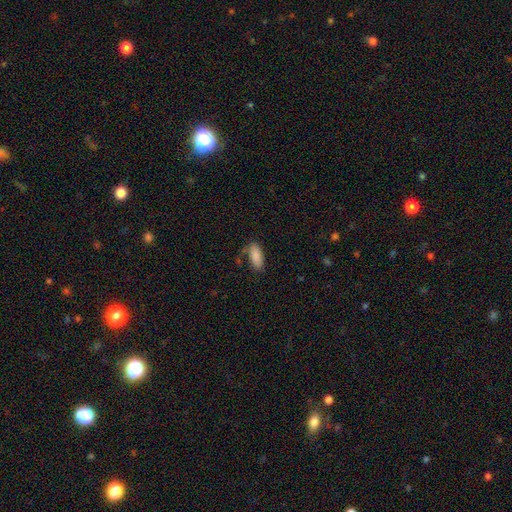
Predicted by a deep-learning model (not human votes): Smooth or featured? smooth (87%)
How rounded? in between (82%)
Merging? none (70%)